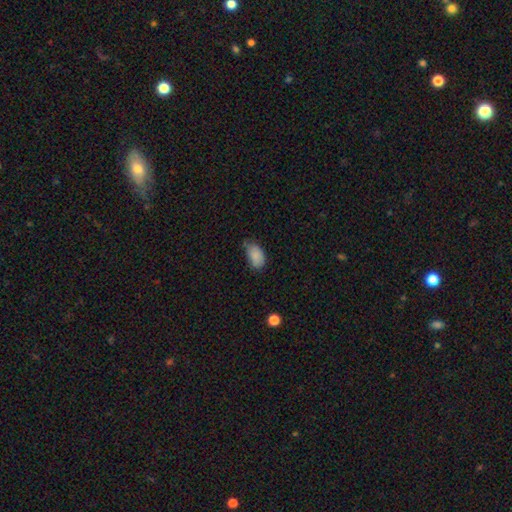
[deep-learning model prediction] smooth_or_featured: smooth (p=0.86) [alt: star or artifact p=0.08]
how_rounded: in between (p=0.92) [alt: round p=0.06]
merging: none (p=0.50) [alt: minor disturbance p=0.39]